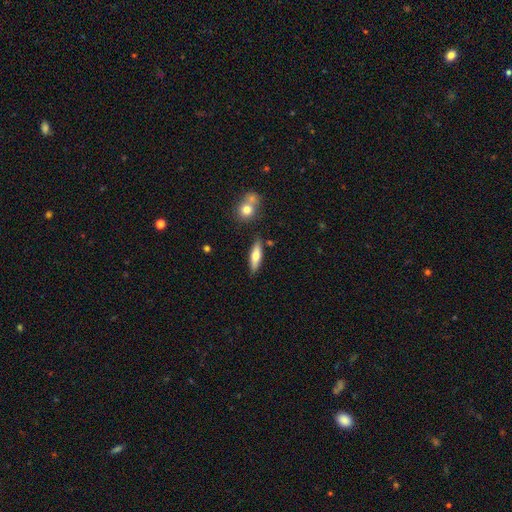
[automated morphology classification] Smooth or featured?
  - smooth: 65% *
  - featured or disk: 29%
  - star or artifact: 6%
How rounded?
  - cigar-shaped: 60% *
  - in between: 38%
  - round: 2%
Merging?
  - none: 81% *
  - minor disturbance: 11%
  - merger: 5%
  - major disturbance: 3%